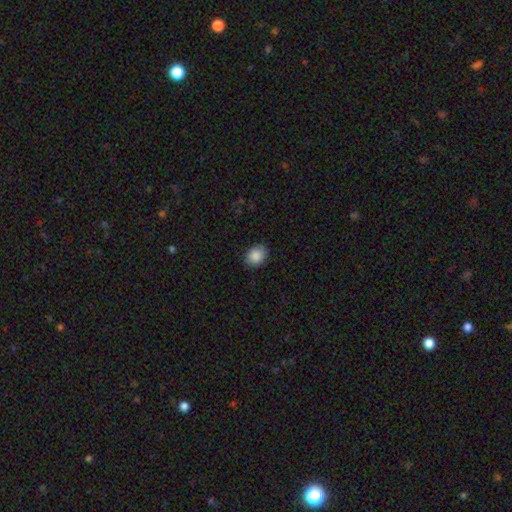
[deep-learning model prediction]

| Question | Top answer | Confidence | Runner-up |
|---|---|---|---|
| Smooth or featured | smooth | 88% | star or artifact (8%) |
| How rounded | round | 54% | in between (45%) |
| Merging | none | 84% | minor disturbance (12%) |